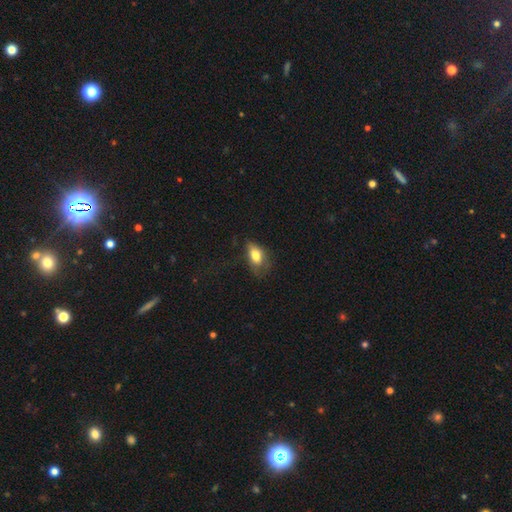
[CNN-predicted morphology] Smooth or featured?
  - smooth: 77% *
  - featured or disk: 14%
  - star or artifact: 8%
How rounded?
  - in between: 86% *
  - round: 10%
  - cigar-shaped: 4%
Merging?
  - none: 43% *
  - minor disturbance: 32%
  - major disturbance: 23%
  - merger: 2%